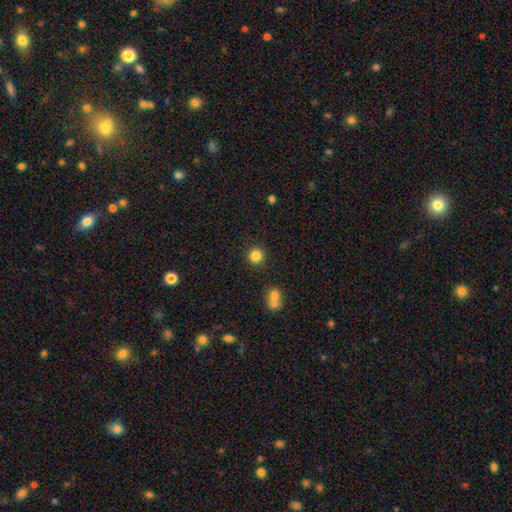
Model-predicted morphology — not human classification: This appears to be a smooth galaxy with no disk features (83%) that is round (93%). Merging: none (86%).